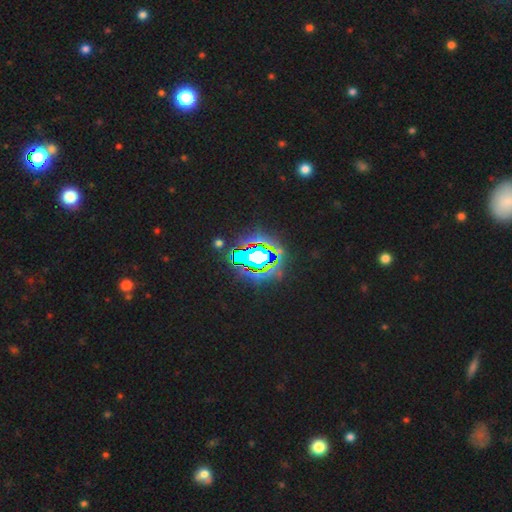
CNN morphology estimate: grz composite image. It shows a star or artifact, not a galaxy (79%).